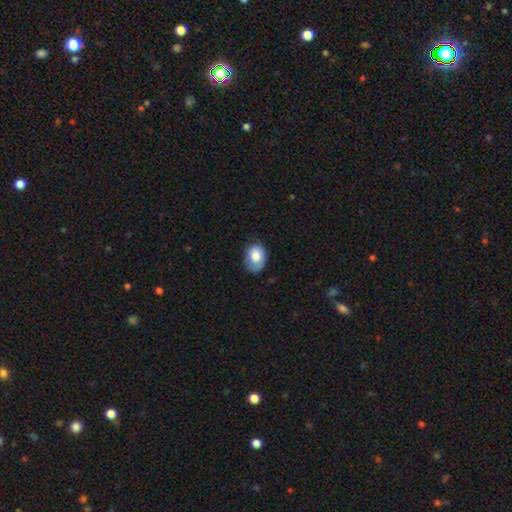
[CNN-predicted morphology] This appears to be a smooth galaxy with no disk features (76%) that is in between round and cigar-shaped (65%). Merging: none (52%).